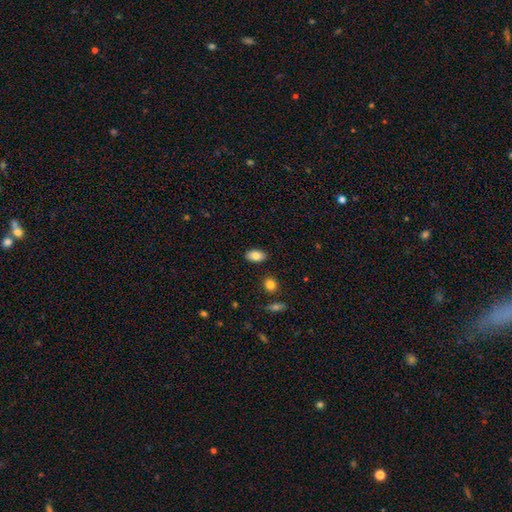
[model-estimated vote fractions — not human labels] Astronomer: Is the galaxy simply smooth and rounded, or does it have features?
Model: smooth — 83%.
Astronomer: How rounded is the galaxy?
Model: in between — 92%.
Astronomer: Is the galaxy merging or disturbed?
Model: none — 87%.